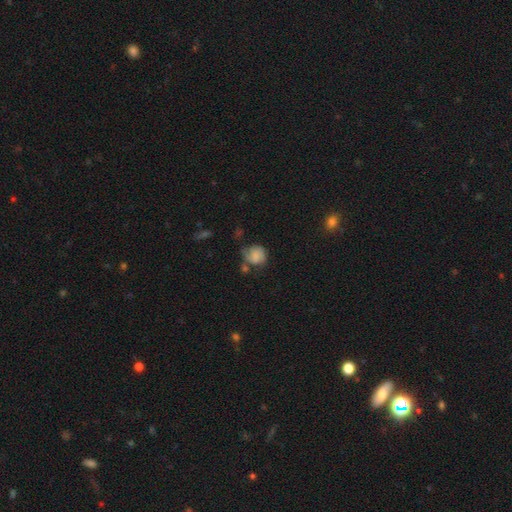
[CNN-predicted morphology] A smooth galaxy with no disk features (64%) that is round (72%).

Vote fractions:
- Smooth or featured? smooth: 64% / featured or disk: 26% / star or artifact: 10%
- How rounded? round: 72% / in between: 27% / cigar-shaped: 1%
- Merging? none: 44% / minor disturbance: 30% / major disturbance: 15% / merger: 12%